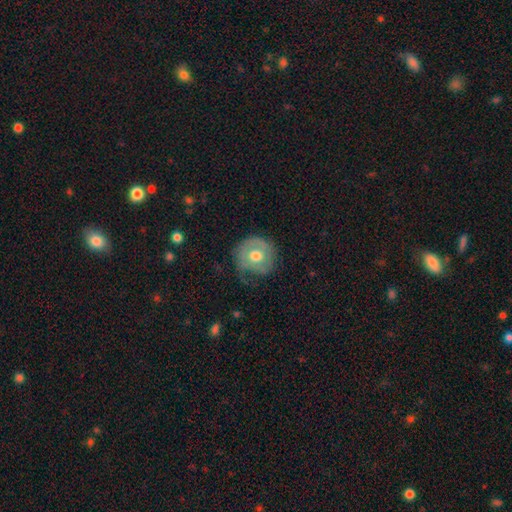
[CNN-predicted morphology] featured or disk 49%, smooth 45%, star or artifact 6%. Down the decision tree: merging — none (59%).